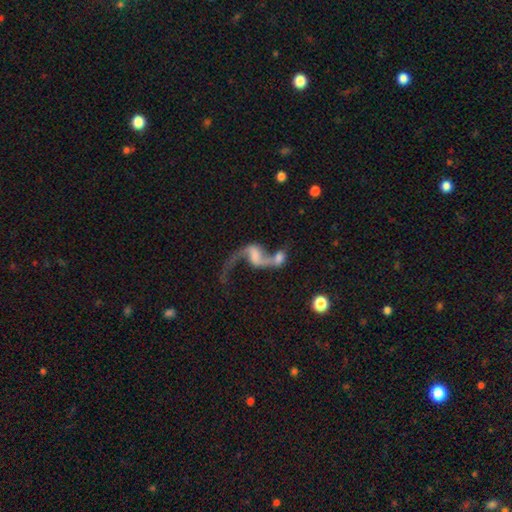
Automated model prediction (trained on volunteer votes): The model was most divided on "bar": no: 42%, weak: 39%, strong: 18%. Remaining: edge-on disk — no (96%); spiral winding — loose (92%); spiral arms — yes (91%); spiral arm count — 2 (87%); smooth or featured — featured or disk (82%); merging — merger (50%); bulge size — none (49%).